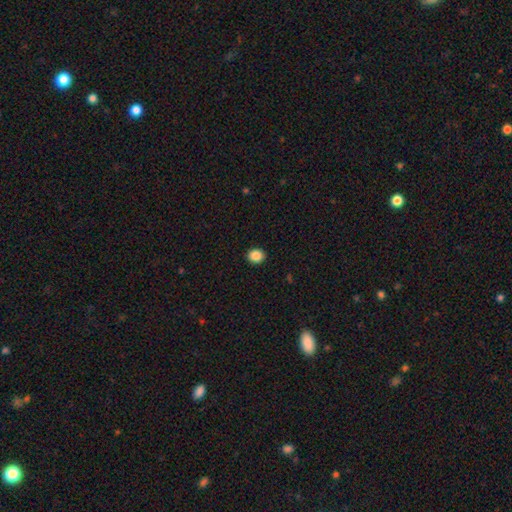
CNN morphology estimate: Smooth or featured?
  - smooth: 88% *
  - star or artifact: 9%
  - featured or disk: 3%
How rounded?
  - round: 73% *
  - in between: 26%
  - cigar-shaped: 1%
Merging?
  - none: 92% *
  - minor disturbance: 6%
  - major disturbance: 2%
  - merger: 1%